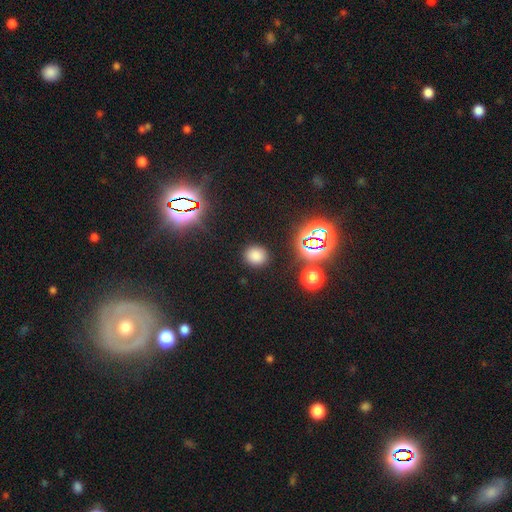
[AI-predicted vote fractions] This appears to be a smooth galaxy with no disk features (75%) that is round (78%). Merging: none (87%).